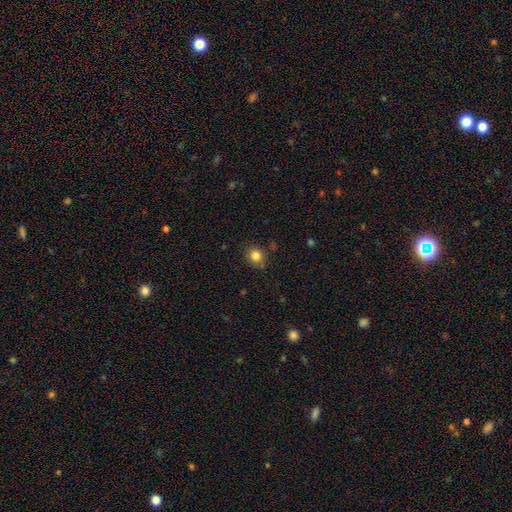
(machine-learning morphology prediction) This appears to be a smooth galaxy with no disk features (83%) that is round (71%). Merging: none (84%).